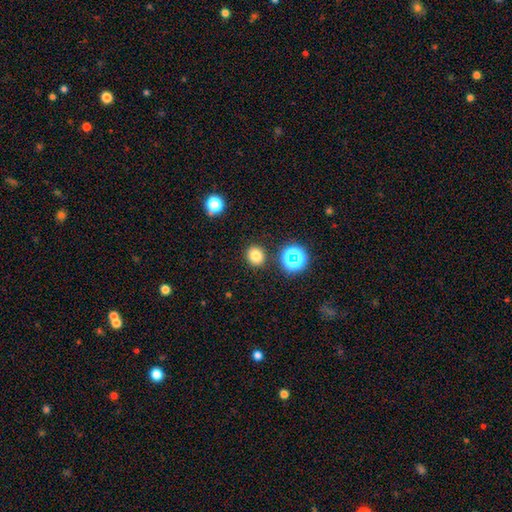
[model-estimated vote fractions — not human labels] Smooth or featured: smooth — 77% (star or artifact — 17%)
How rounded: round — 79% (in between — 20%)
Merging: none — 88% (minor disturbance — 7%)